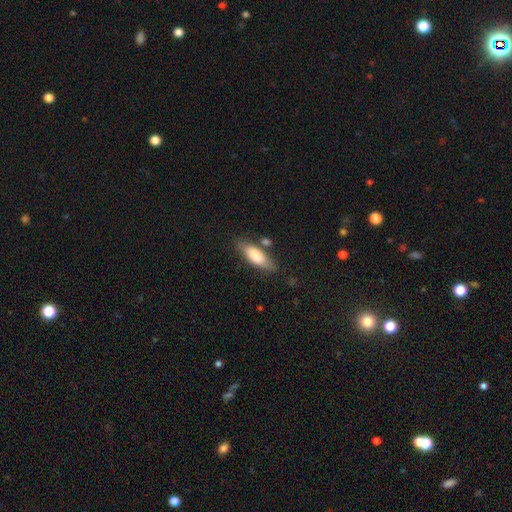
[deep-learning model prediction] Q: Smooth or featured?
A: smooth (78%); runner-up: featured or disk (16%)
Q: How rounded?
A: in between (62%); runner-up: cigar-shaped (36%)
Q: Merging?
A: none (72%); runner-up: minor disturbance (16%)